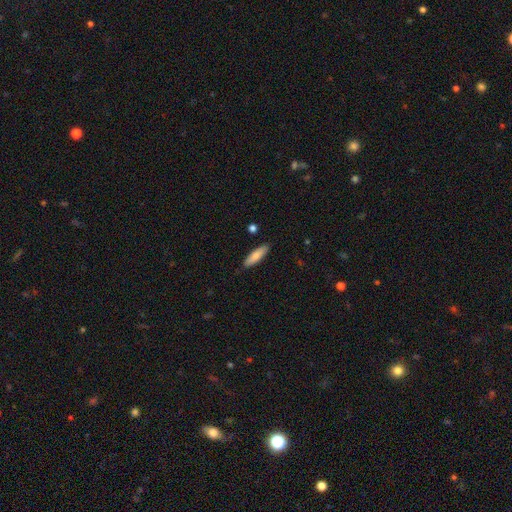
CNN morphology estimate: smooth-or-featured: smooth: 79% | featured or disk: 15% | star or artifact: 6%
  how-rounded: cigar-shaped: 59% | in between: 40% | round: 2%
  merging: none: 87% | minor disturbance: 10% | merger: 2% | major disturbance: 2%